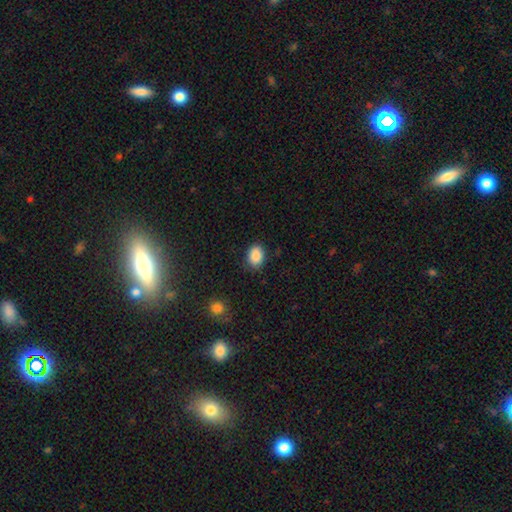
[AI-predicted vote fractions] This is clearly a smooth galaxy (88%). How rounded: likely in between (66%). Merging: clearly none (83%).